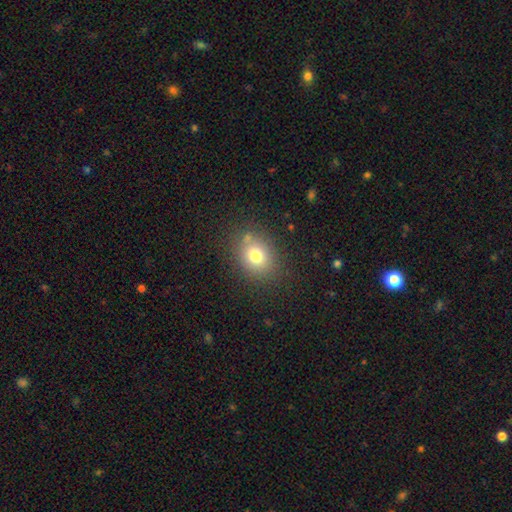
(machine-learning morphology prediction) Smooth or featured? smooth (74%)
How rounded? round (52%)
Merging? none (78%)